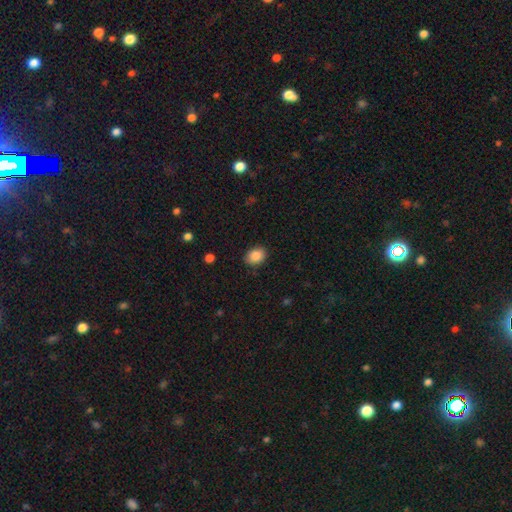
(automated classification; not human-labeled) smooth_or_featured: smooth (p=0.85) [alt: star or artifact p=0.08]
how_rounded: in between (p=0.63) [alt: round p=0.36]
merging: none (p=0.88) [alt: minor disturbance p=0.09]